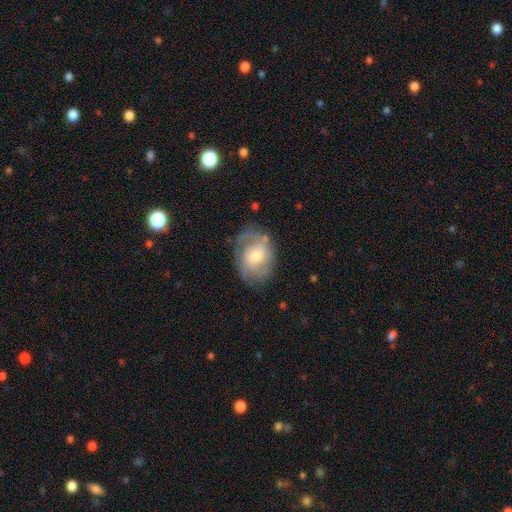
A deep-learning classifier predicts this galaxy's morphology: smooth_or_featured: featured or disk (p=0.61) [alt: smooth p=0.32]
disk_edge_on: no (p=0.96) [alt: yes p=0.04]
bar: no (p=0.64) [alt: weak p=0.30]
has_spiral_arms: yes (p=0.76) [alt: no p=0.24]
bulge_size: moderate (p=0.59) [alt: small p=0.32]
merging: none (p=0.64) [alt: minor disturbance p=0.23]